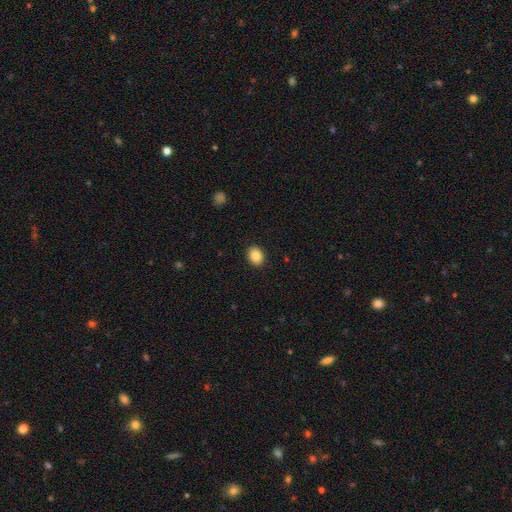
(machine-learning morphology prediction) This appears to be a smooth galaxy with no disk features (87%) that is in between round and cigar-shaped (53%). Merging: none (91%).